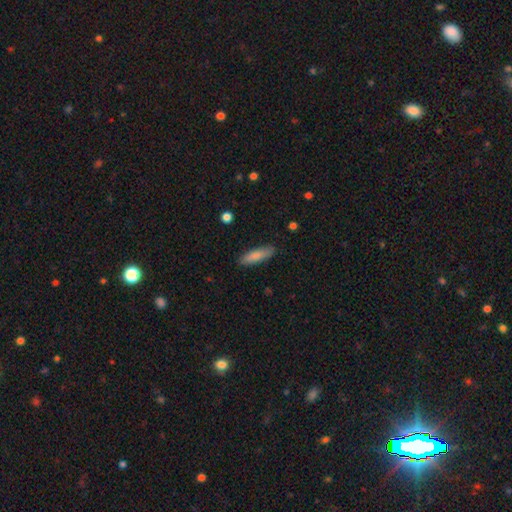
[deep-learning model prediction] smooth_or_featured: smooth (p=0.84) [alt: featured or disk p=0.10]
how_rounded: cigar-shaped (p=0.64) [alt: in between p=0.35]
merging: none (p=0.87) [alt: minor disturbance p=0.10]